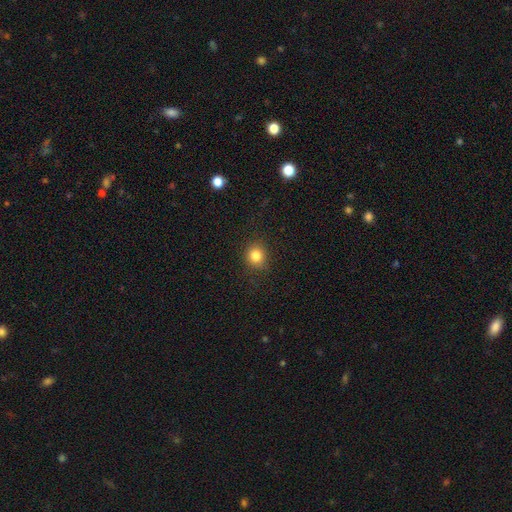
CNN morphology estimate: This appears to be a smooth galaxy with no disk features (82%) that is round (84%). Merging: none (86%).